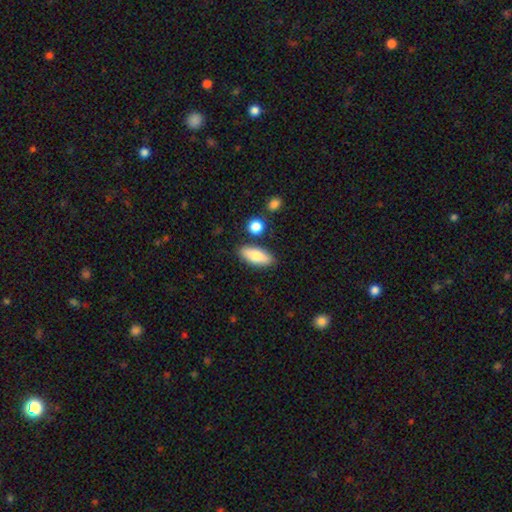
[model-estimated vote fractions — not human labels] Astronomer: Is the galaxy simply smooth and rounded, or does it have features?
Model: smooth — 77%.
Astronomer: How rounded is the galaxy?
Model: in between — 78%.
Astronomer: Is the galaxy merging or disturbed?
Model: none — 82%.